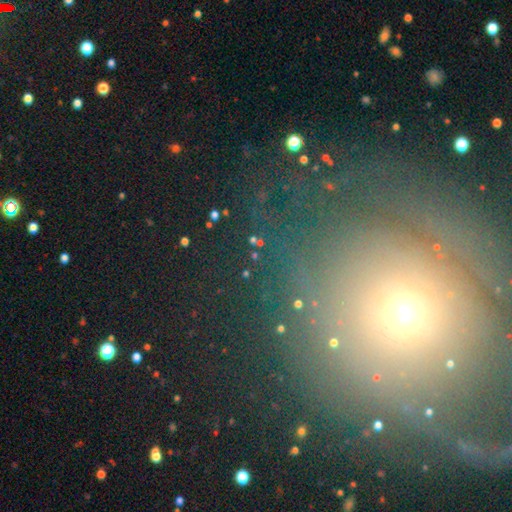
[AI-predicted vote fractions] star or artifact 61%, smooth 25%, featured or disk 14%.